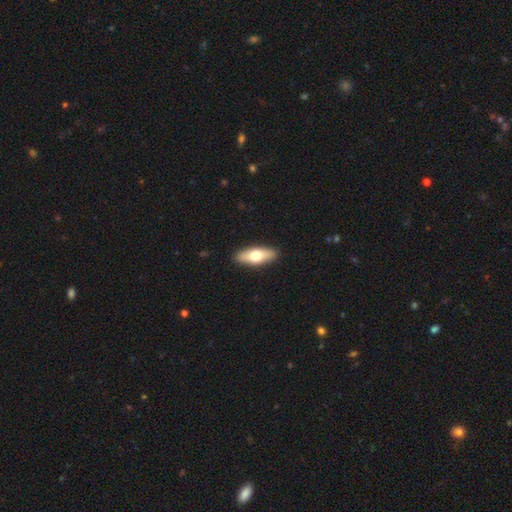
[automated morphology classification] type=smooth (60%); roundness=in between (66%); merging=none (91%).